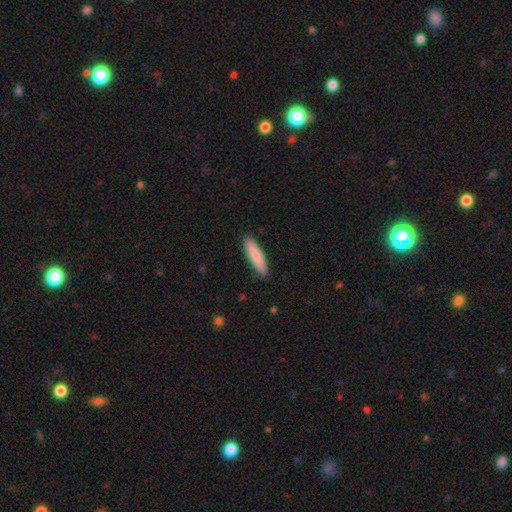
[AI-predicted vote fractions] Morphology: type=smooth (84%); roundness=cigar-shaped (77%); merging=none (90%).